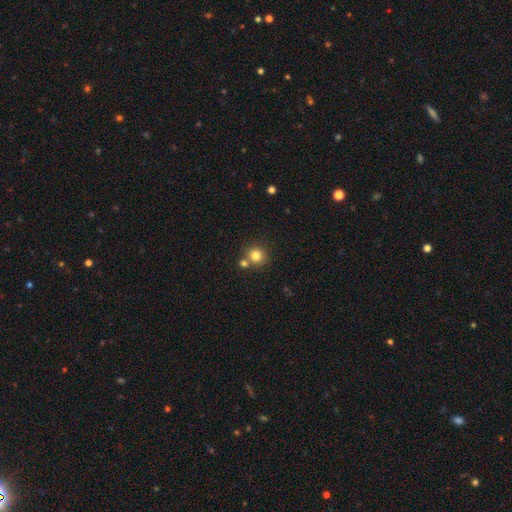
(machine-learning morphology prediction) The model was most divided on "merging": none: 68%, merger: 22%, minor disturbance: 8%, major disturbance: 2%. More confident: how rounded — round (92%); smooth or featured — smooth (81%).